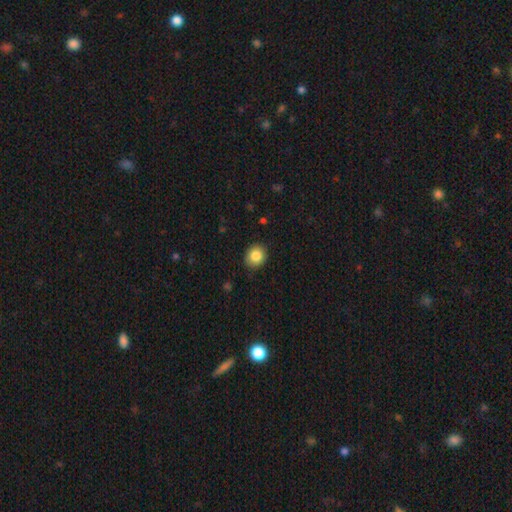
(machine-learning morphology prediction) Smooth or featured: smooth — 85% (star or artifact — 9%)
How rounded: round — 75% (in between — 24%)
Merging: none — 88% (minor disturbance — 9%)